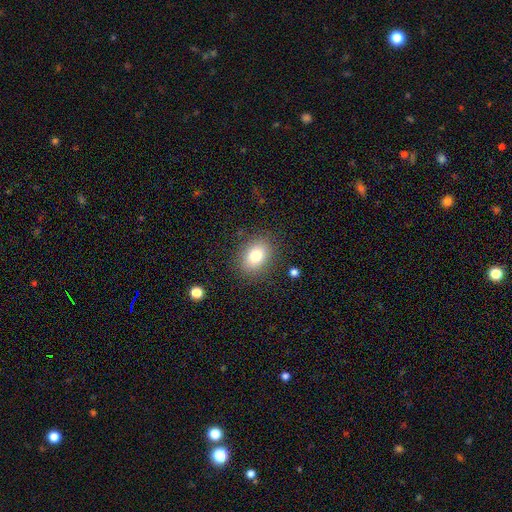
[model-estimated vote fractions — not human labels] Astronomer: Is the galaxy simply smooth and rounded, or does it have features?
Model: smooth — 80%.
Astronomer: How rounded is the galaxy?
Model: in between — 68%.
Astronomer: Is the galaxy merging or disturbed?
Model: none — 84%.